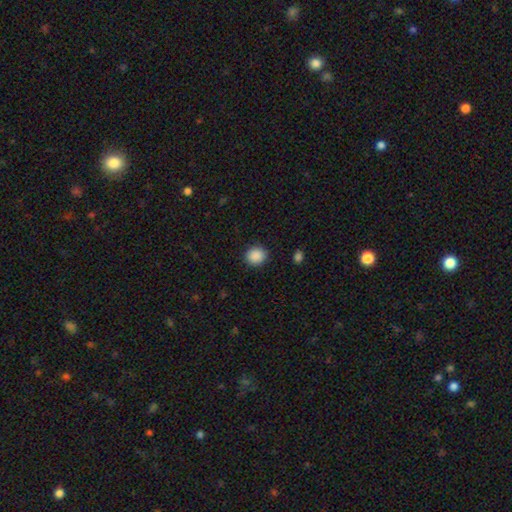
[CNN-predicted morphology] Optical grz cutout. It shows a smooth galaxy with no disk features (89%) that is round (86%). Merging: none (90%).